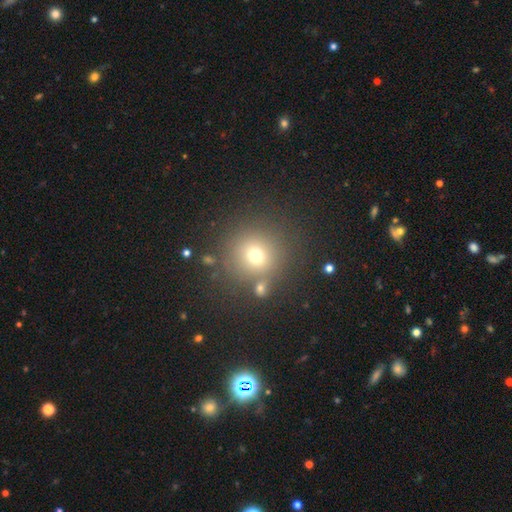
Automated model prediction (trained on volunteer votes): Smooth or featured?
  - smooth: 70% *
  - star or artifact: 18%
  - featured or disk: 12%
How rounded?
  - round: 91% *
  - in between: 8%
  - cigar-shaped: 1%
Merging?
  - none: 77% *
  - minor disturbance: 10%
  - merger: 9%
  - major disturbance: 5%